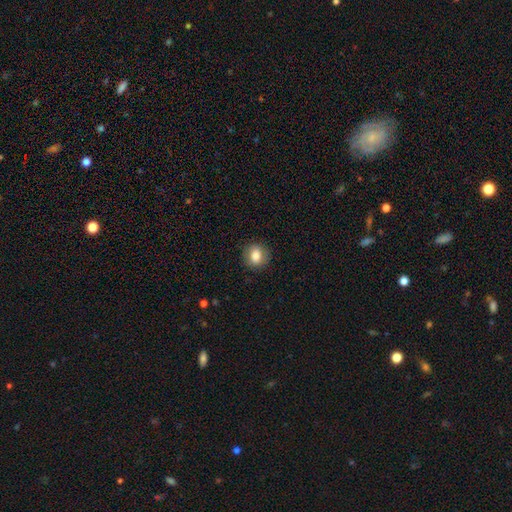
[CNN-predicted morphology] type=smooth (81%); roundness=round (73%); merging=none (87%).